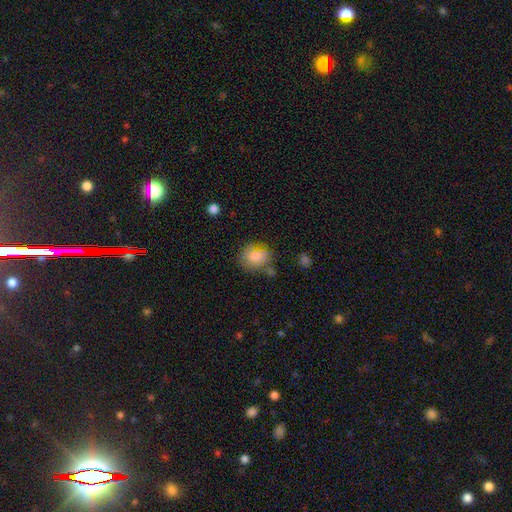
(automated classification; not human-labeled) A smooth galaxy with no disk features (79%) that is round (68%). Merging: none (62%).